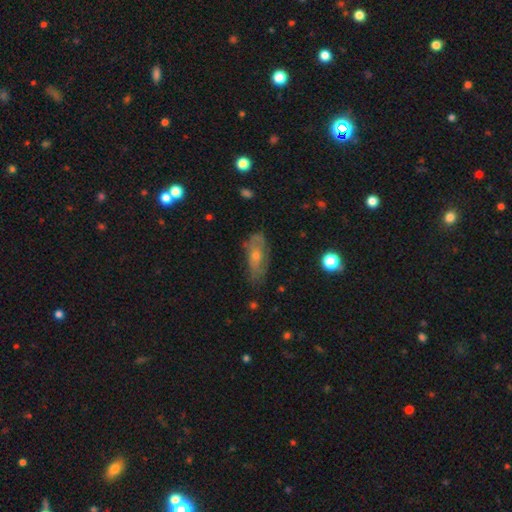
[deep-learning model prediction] Smooth or featured? Predicted: featured or disk (p=0.47). Merging? Predicted: none (p=0.63).